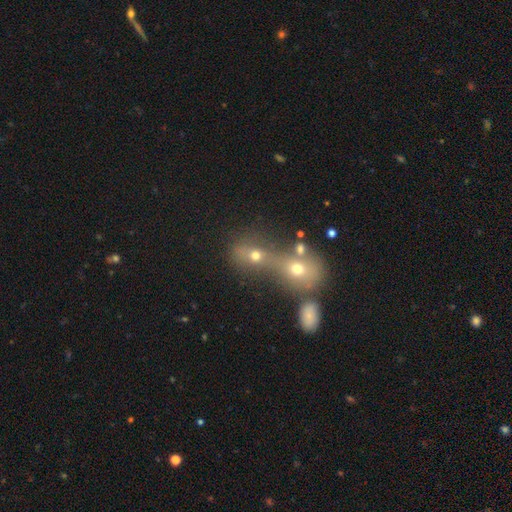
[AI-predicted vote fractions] Smooth or featured: smooth — 57% (star or artifact — 22%)
How rounded: round — 59% (in between — 37%)
Merging: merger — 70% (none — 18%)